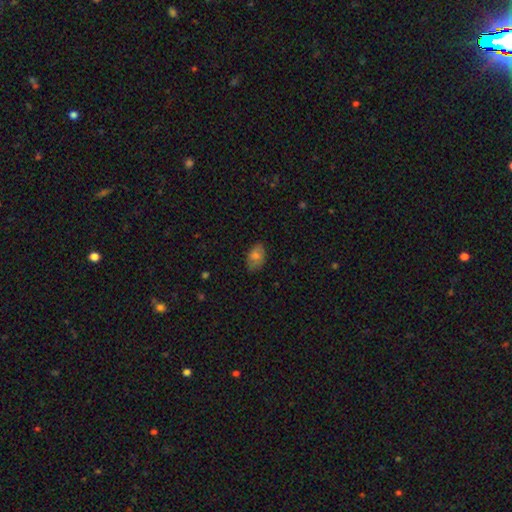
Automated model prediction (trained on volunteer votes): Q: Smooth or featured?
A: smooth (75%); runner-up: featured or disk (16%)
Q: How rounded?
A: in between (90%); runner-up: round (8%)
Q: Merging?
A: none (81%); runner-up: minor disturbance (15%)